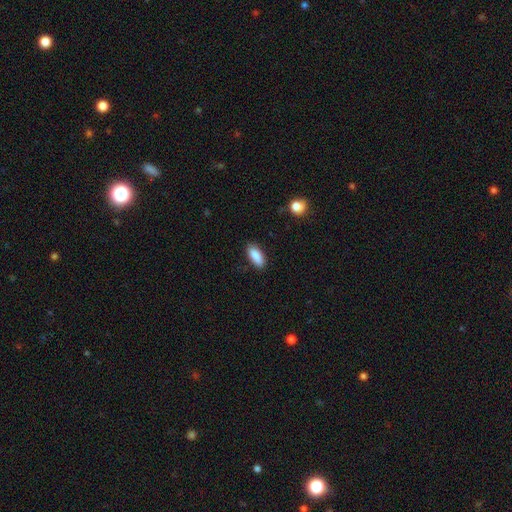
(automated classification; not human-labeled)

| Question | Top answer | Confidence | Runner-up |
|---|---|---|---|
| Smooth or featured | smooth | 89% | star or artifact (7%) |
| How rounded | in between | 83% | cigar-shaped (15%) |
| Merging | none | 85% | minor disturbance (12%) |